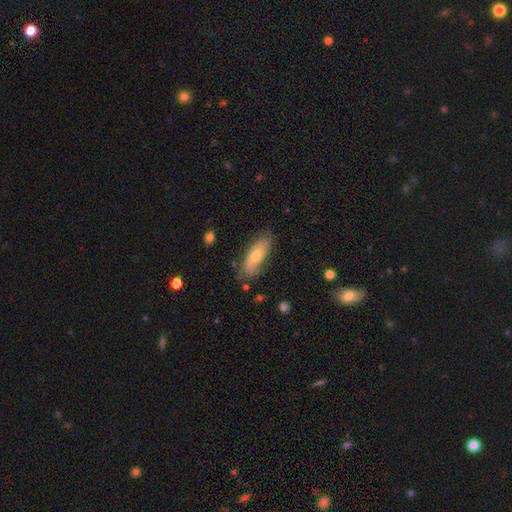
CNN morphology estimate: smooth_or_featured: smooth (p=0.59) [alt: featured or disk p=0.35]
how_rounded: in between (p=0.71) [alt: cigar-shaped p=0.27]
merging: none (p=0.72) [alt: minor disturbance p=0.21]